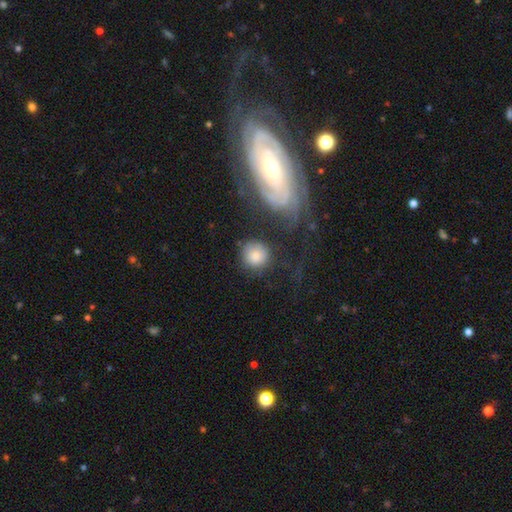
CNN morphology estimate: This is likely a smooth galaxy (76%). How rounded: clearly round (91%). Merging: likely none (66%).